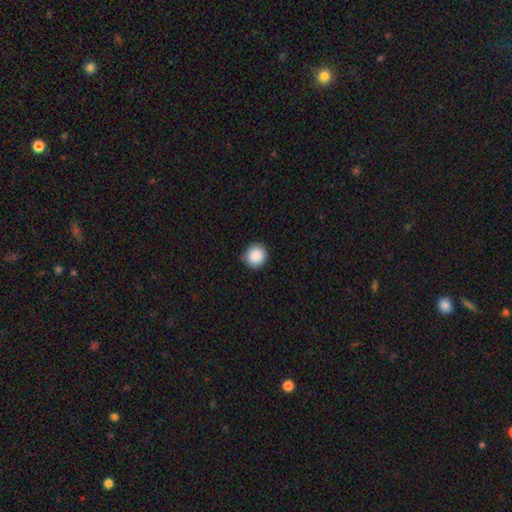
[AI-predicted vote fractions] A smooth galaxy with no disk features (89%) that is round (89%). Merging: none (87%).